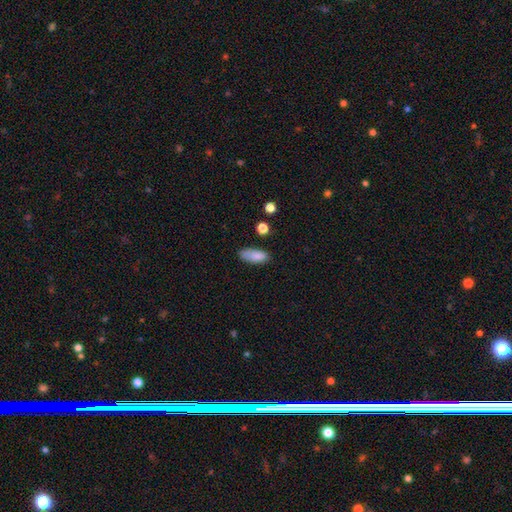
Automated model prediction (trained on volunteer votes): Smooth or featured? smooth (84%)
How rounded? in between (80%)
Merging? none (67%)